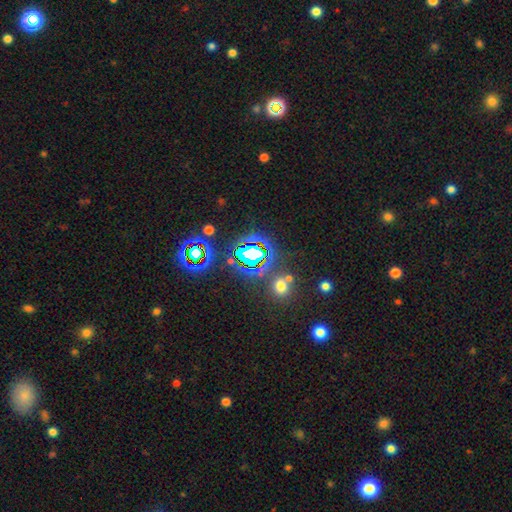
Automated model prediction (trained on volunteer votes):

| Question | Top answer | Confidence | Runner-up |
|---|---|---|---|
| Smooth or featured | star or artifact | 67% | smooth (21%) |